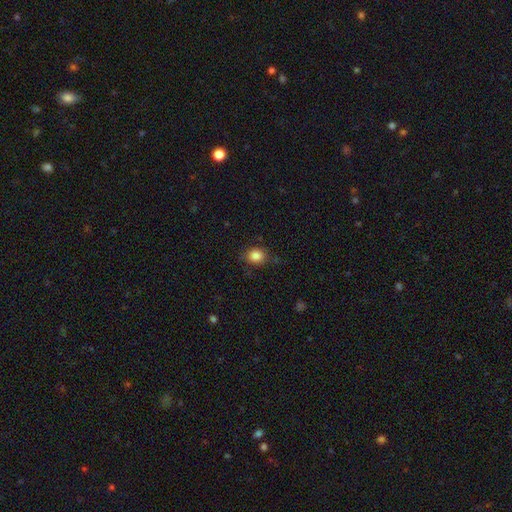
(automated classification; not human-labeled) smooth-or-featured: smooth: 85% | star or artifact: 10% | featured or disk: 5%
  how-rounded: round: 60% | in between: 39% | cigar-shaped: 1%
  merging: none: 80% | minor disturbance: 15% | major disturbance: 4% | merger: 2%